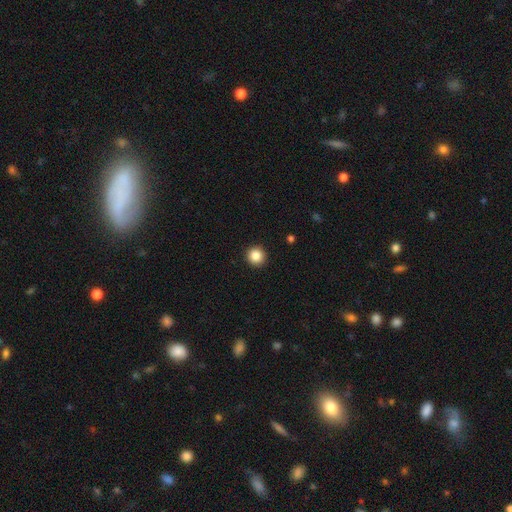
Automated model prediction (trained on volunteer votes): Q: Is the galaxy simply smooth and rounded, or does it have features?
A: smooth — 86%.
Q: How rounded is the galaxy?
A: round — 95%.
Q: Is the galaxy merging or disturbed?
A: none — 93%.